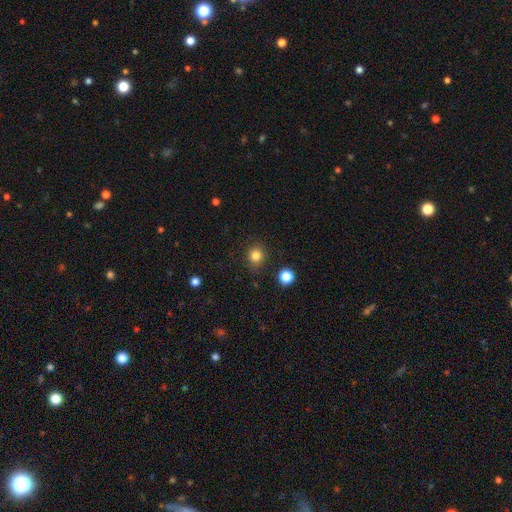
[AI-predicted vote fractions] Smooth or featured? Predicted: smooth (p=0.82). How rounded? Predicted: round (p=0.82). Merging? Predicted: none (p=0.85).